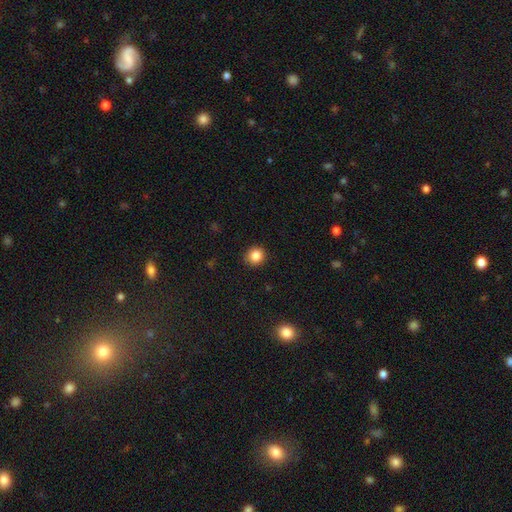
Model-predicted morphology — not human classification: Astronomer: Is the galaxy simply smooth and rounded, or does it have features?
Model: smooth — 85%.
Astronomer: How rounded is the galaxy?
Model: round — 89%.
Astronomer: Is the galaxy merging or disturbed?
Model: none — 90%.